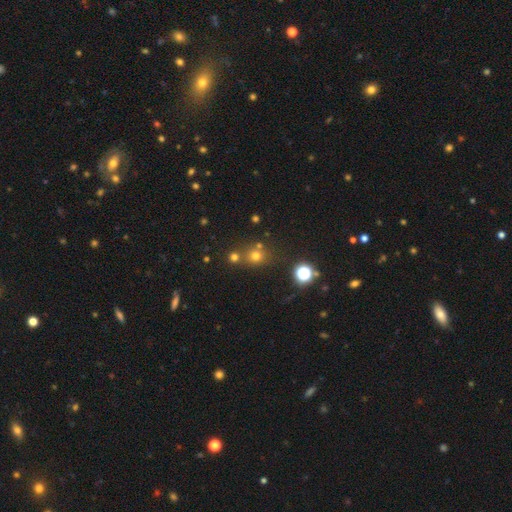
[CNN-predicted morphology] The model was most divided on "smooth or featured": smooth: 65%, star or artifact: 26%, featured or disk: 9%. More confident: how rounded — round (83%); merging — none (66%).